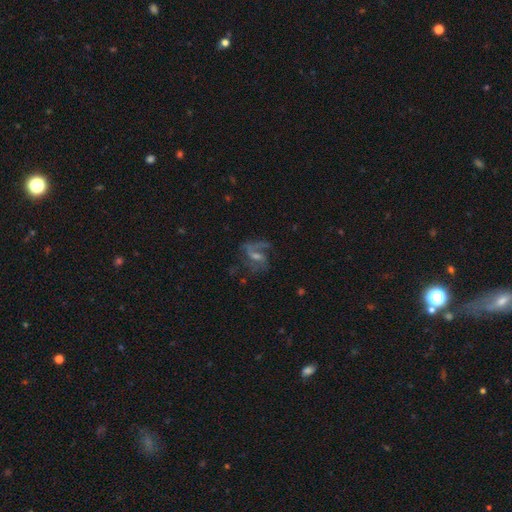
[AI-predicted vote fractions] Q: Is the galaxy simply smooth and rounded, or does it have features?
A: featured or disk — 77%.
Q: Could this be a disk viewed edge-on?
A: no — 96%.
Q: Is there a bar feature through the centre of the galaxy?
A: weak — 48%.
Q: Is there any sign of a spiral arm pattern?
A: yes — 89%.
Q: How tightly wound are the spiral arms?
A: loose — 45%.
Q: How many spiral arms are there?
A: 2 — 63%.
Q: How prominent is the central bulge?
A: small — 48%.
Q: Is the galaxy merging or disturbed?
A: none — 57%.